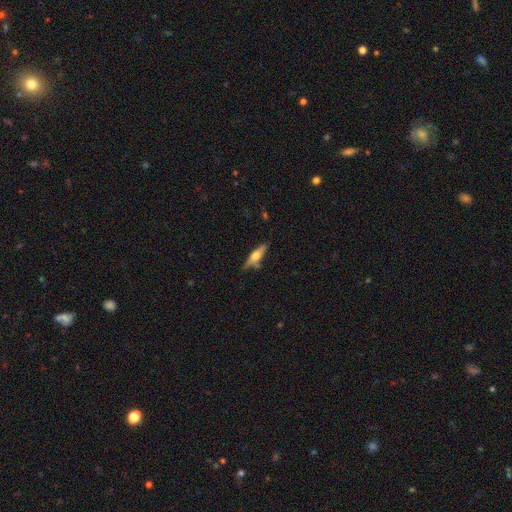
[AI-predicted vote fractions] A featured or disk galaxy (52%) viewed edge-on (91%).

Vote fractions:
- Smooth or featured? featured or disk: 52% / smooth: 42% / star or artifact: 6%
- Edge-on disk? yes: 91% / no: 9%
- Merging? none: 73% / minor disturbance: 18% / merger: 4% / major disturbance: 4%